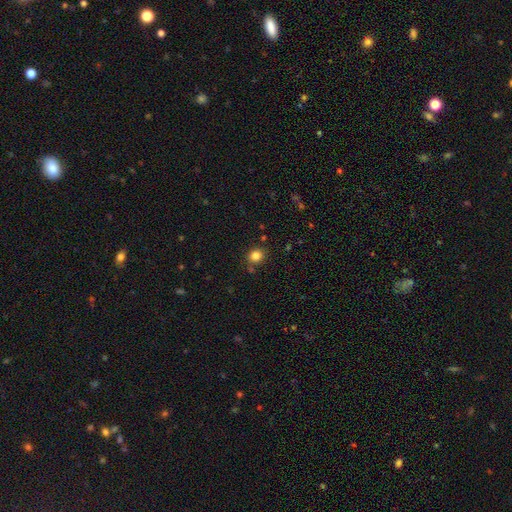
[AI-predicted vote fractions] Smooth or featured? smooth (83%)
How rounded? round (78%)
Merging? none (84%)